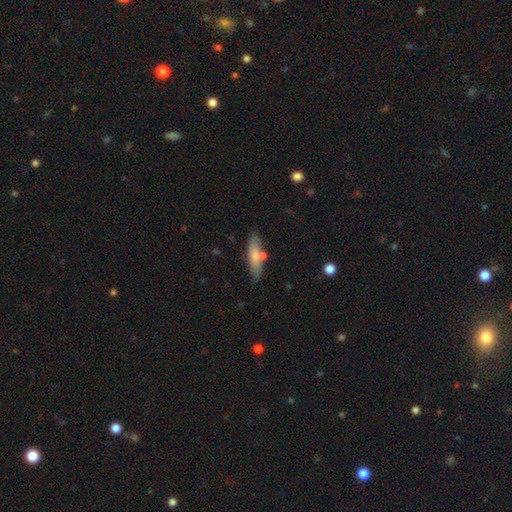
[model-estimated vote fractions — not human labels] Morphology: type=smooth (71%); roundness=cigar-shaped (60%); merging=none (70%).